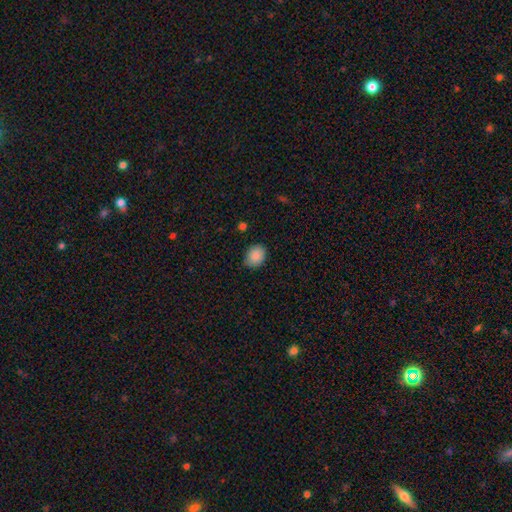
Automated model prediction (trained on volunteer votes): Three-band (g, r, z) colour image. It shows a smooth galaxy with no disk features (87%) that is round (52%). Merging: none (79%).